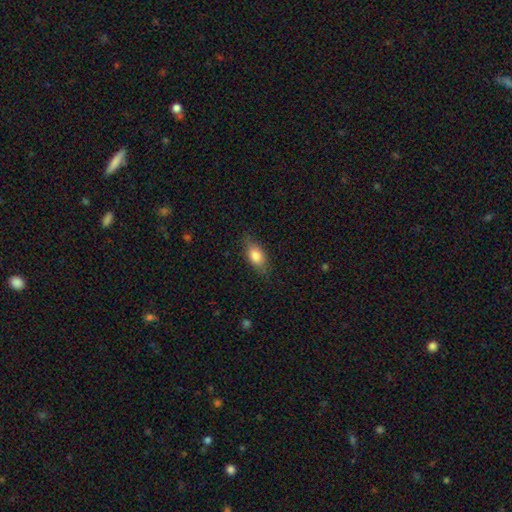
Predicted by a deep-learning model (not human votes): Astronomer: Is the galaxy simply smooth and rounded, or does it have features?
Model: smooth — 78%.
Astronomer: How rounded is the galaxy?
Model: in between — 83%.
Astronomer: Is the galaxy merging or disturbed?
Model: none — 78%.